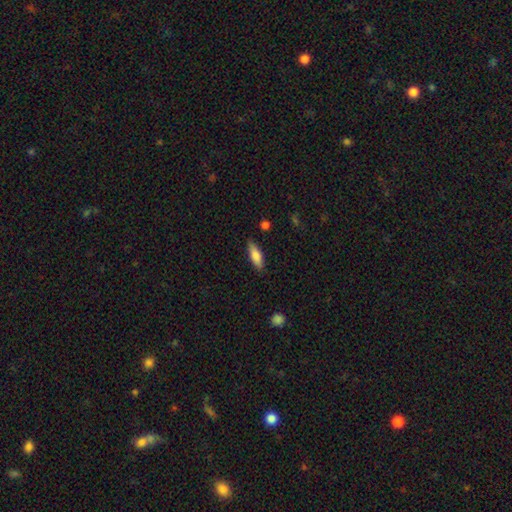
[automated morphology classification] type=smooth (78%); roundness=in between (53%); merging=none (85%).